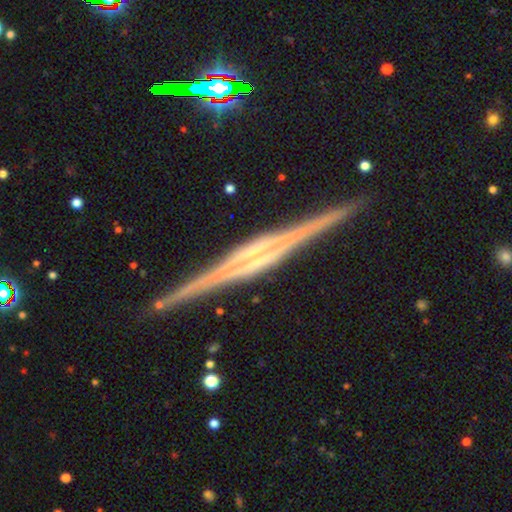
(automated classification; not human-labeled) This is clearly a featured or disk galaxy (86%). It is clearly viewed edge-on (98%). Edge-on bulge: possibly boxy (55%). Merging: clearly none (90%).